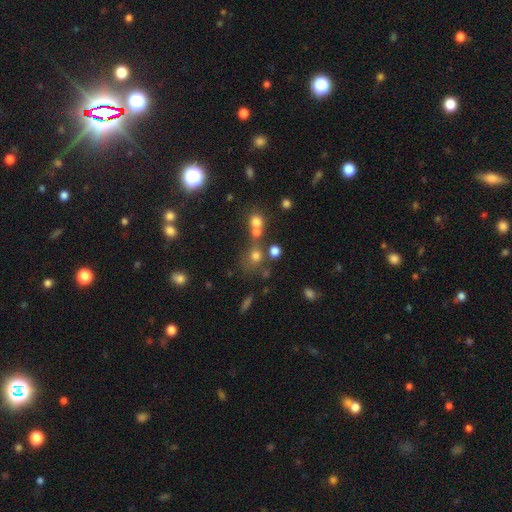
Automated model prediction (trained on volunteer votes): Overall: smooth (66%). How rounded: round (78%). Merging: none (49%; merger 34%).